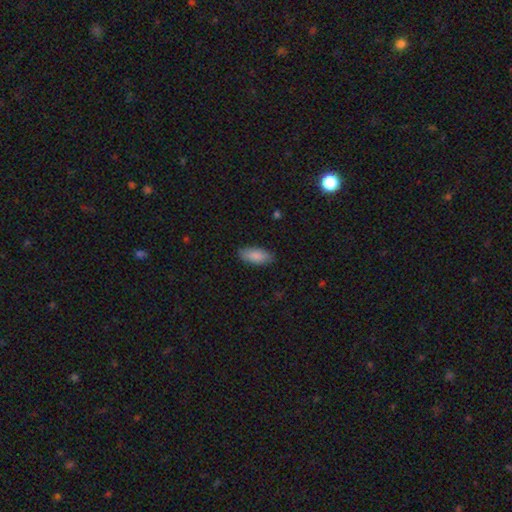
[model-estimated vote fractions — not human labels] Q: Smooth or featured?
A: smooth (87%); runner-up: featured or disk (7%)
Q: How rounded?
A: in between (86%); runner-up: cigar-shaped (12%)
Q: Merging?
A: none (86%); runner-up: minor disturbance (11%)